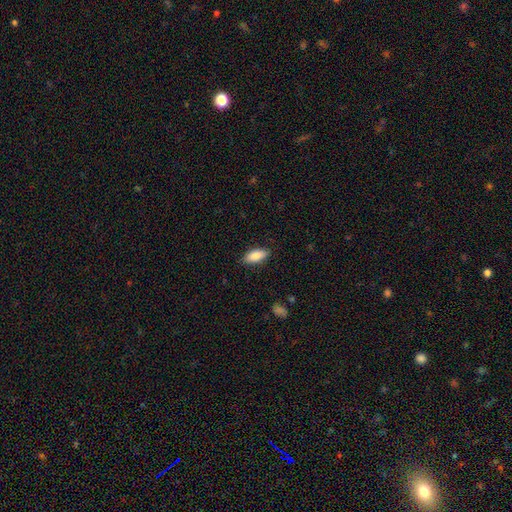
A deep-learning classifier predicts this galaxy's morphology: The model was most divided on "merging": none: 85%, minor disturbance: 11%, major disturbance: 2%, merger: 1%. More confident: smooth or featured — smooth (86%); how rounded — in between (86%).